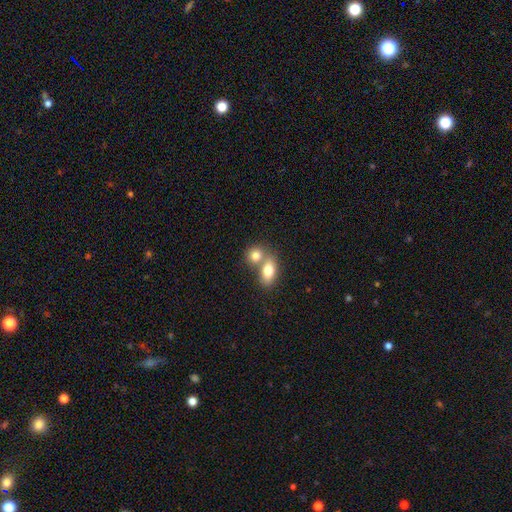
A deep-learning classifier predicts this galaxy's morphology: The model was most divided on "how rounded": round: 49%, in between: 48%, cigar-shaped: 2%. More confident: smooth or featured — smooth (78%); merging — merger (59%).